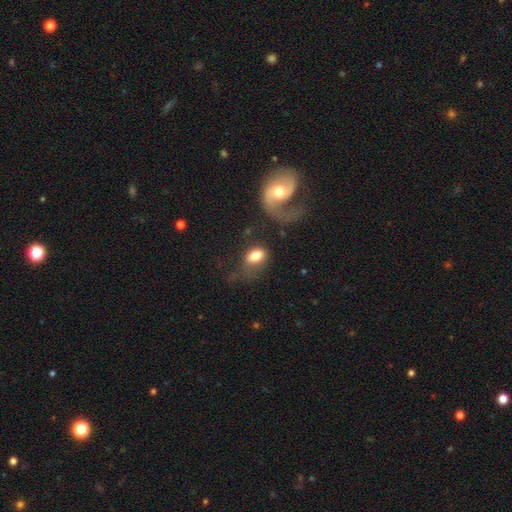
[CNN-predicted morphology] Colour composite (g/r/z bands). It shows a smooth galaxy with no disk features (70%) that is in between round and cigar-shaped (82%). Merging: none (36%).